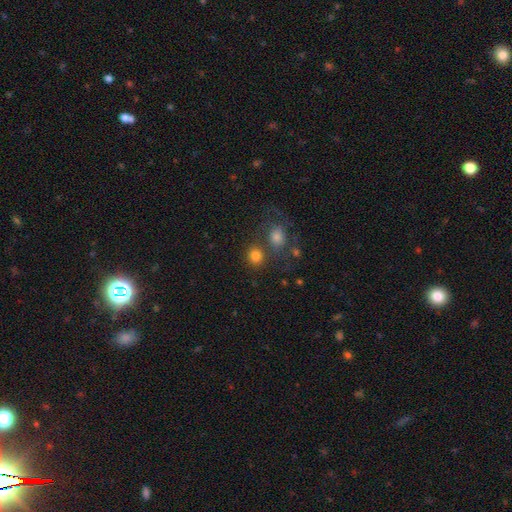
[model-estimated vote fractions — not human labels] This appears to be a smooth galaxy with no disk features (80%) that is round (79%). Merging: none (62%).